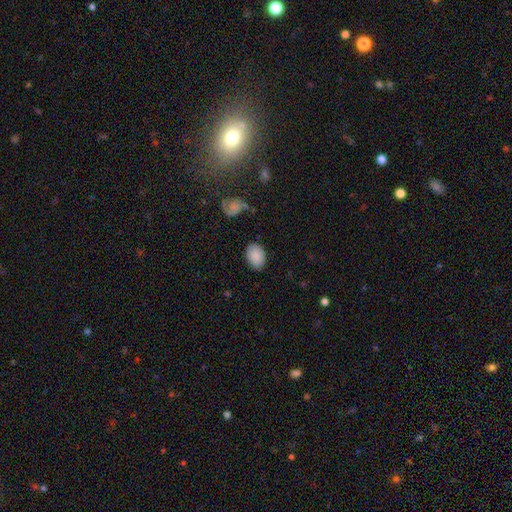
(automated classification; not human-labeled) Morphology: type=smooth (87%); roundness=in between (79%); merging=none (82%).